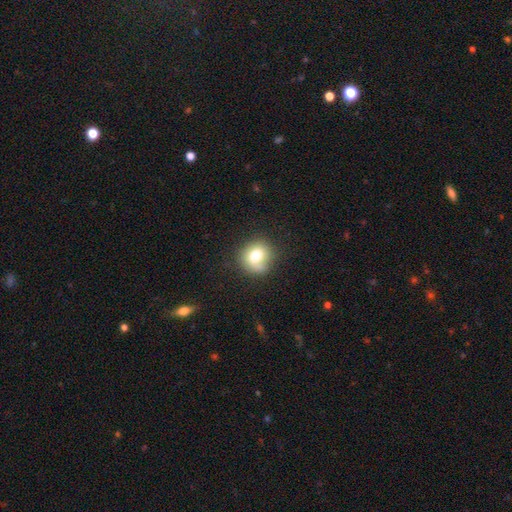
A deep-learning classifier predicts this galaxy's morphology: smooth_or_featured: smooth (p=0.75) [alt: featured or disk p=0.14]
how_rounded: round (p=0.81) [alt: in between p=0.18]
merging: none (p=0.70) [alt: minor disturbance p=0.20]